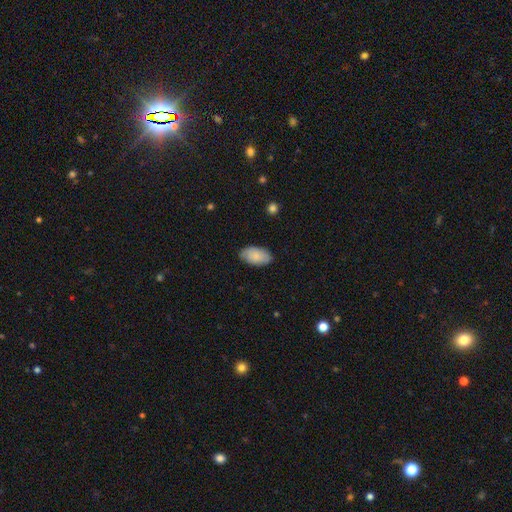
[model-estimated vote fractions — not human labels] The model was most divided on "merging": none: 84%, minor disturbance: 13%, major disturbance: 2%, merger: 1%. More confident: how rounded — in between (95%); smooth or featured — smooth (85%).